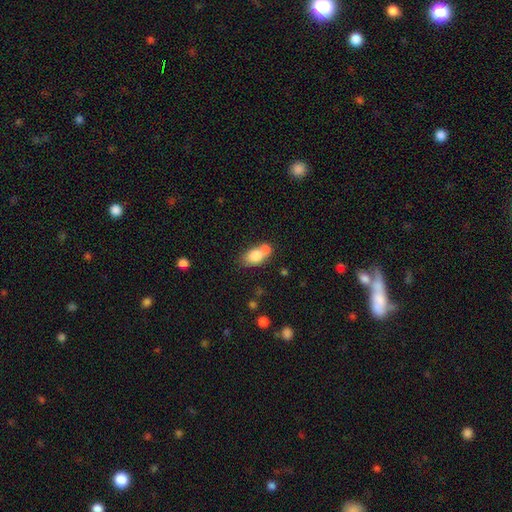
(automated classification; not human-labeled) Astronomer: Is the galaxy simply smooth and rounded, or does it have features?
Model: smooth — 77%.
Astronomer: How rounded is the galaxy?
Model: in between — 78%.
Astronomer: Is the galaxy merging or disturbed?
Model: merger — 52% (runner-up: none, 32%).